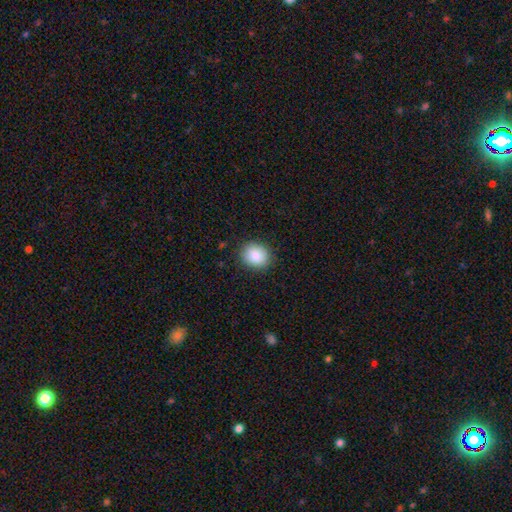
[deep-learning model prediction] Q: Smooth or featured?
A: smooth (87%); runner-up: star or artifact (8%)
Q: How rounded?
A: round (65%); runner-up: in between (34%)
Q: Merging?
A: none (88%); runner-up: minor disturbance (9%)